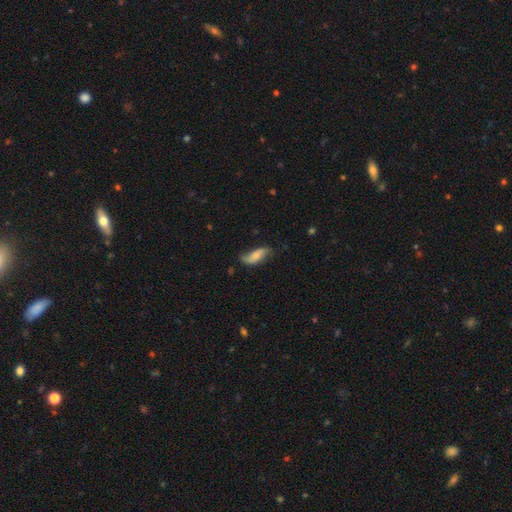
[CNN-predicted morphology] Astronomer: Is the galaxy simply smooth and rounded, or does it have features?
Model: smooth — 53% (runner-up: featured or disk, 40%).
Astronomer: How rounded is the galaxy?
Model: in between — 72%.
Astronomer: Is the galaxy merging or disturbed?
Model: none — 58%.